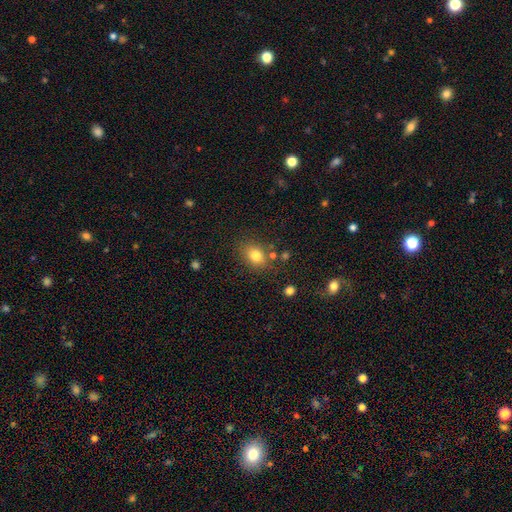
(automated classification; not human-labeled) smooth_or_featured: smooth (p=0.80) [alt: star or artifact p=0.11]
how_rounded: in between (p=0.60) [alt: round p=0.39]
merging: none (p=0.76) [alt: minor disturbance p=0.13]